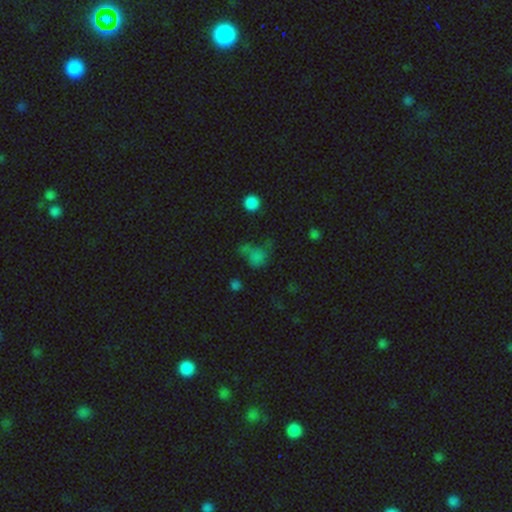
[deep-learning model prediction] smooth-or-featured: smooth: 61% | star or artifact: 25% | featured or disk: 14%
  how-rounded: round: 55% | in between: 43% | cigar-shaped: 2%
  merging: none: 35% | major disturbance: 28% | minor disturbance: 20% | merger: 17%